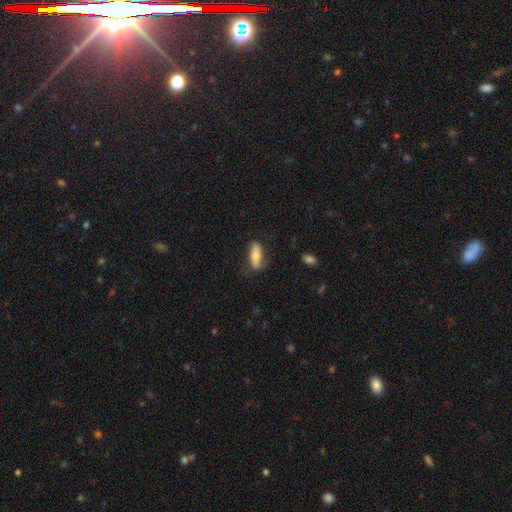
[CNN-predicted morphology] The model was most divided on "smooth or featured": smooth: 61%, featured or disk: 33%, star or artifact: 6%. More confident: merging — none (67%); how rounded — in between (64%).